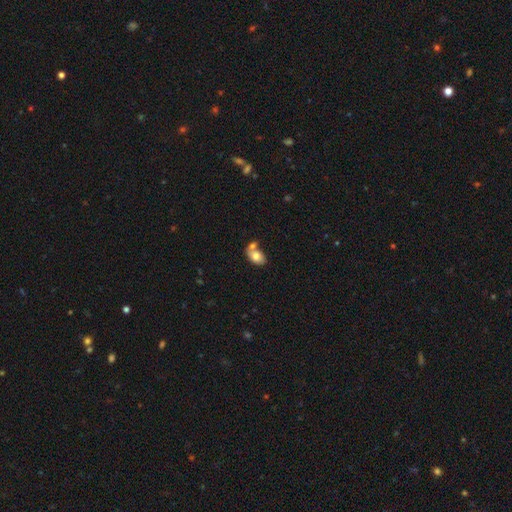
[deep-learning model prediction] smooth-or-featured: smooth: 76% | featured or disk: 17% | star or artifact: 7%
  how-rounded: in between: 86% | round: 12% | cigar-shaped: 2%
  merging: merger: 47% | none: 33% | minor disturbance: 14% | major disturbance: 6%